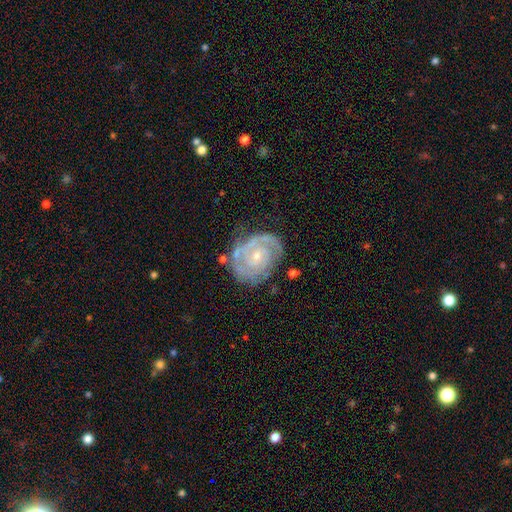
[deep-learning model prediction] A featured or disk galaxy (89%) with no bar (69%), 2 (58%) tight (75%) spiral arms (97%) and a small central bulge (72%).

Vote fractions:
- Smooth or featured? featured or disk: 89% / smooth: 6% / star or artifact: 5%
- Edge-on disk? no: 98% / yes: 2%
- Bar? no: 69% / weak: 25% / strong: 6%
- Spiral arms? yes: 97% / no: 3%
- Spiral winding? tight: 75% / medium: 22% / loose: 4%
- Spiral arm count? 2: 58% / 3: 16% / can't tell: 14% / 1: 4% / 4: 4% / more than 4: 3%
- Bulge size? small: 72% / moderate: 25% / none: 2% / large: 1% / dominant: 1%
- Merging? none: 71% / minor disturbance: 19% / major disturbance: 7% / merger: 3%